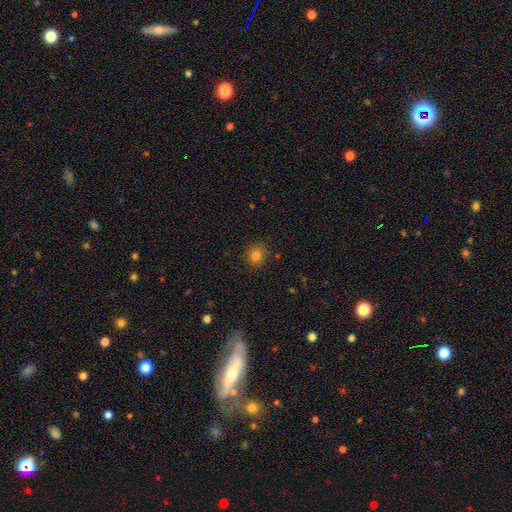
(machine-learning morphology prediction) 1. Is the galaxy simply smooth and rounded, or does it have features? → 79% smooth, 14% star or artifact, 7% featured or disk.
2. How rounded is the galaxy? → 73% round, 26% in between, 1% cigar-shaped.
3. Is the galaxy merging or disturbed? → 84% none, 11% minor disturbance, 3% major disturbance, 2% merger.